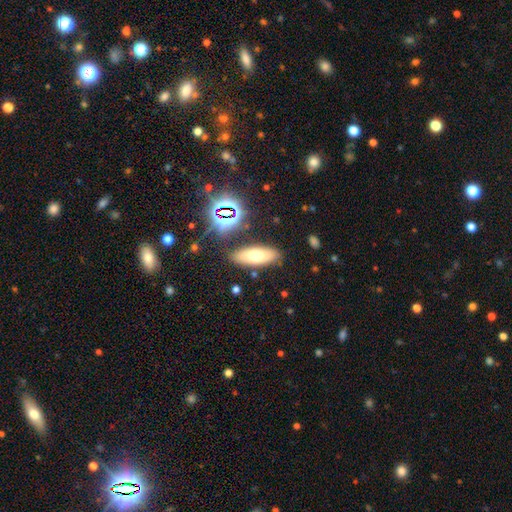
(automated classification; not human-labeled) smooth_or_featured: smooth (p=0.62) [alt: featured or disk p=0.25]
how_rounded: in between (p=0.67) [alt: cigar-shaped p=0.29]
merging: none (p=0.83) [alt: minor disturbance p=0.10]